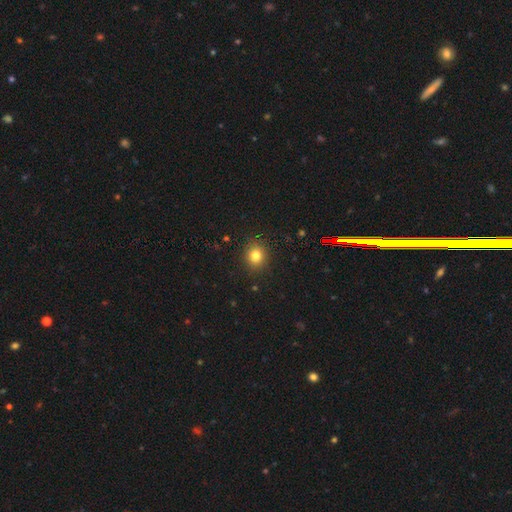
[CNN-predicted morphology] A smooth galaxy with no disk features (81%) that is round (83%).

Vote fractions:
- Smooth or featured? smooth: 81% / star or artifact: 13% / featured or disk: 6%
- How rounded? round: 83% / in between: 16% / cigar-shaped: 1%
- Merging? none: 90% / minor disturbance: 6% / major disturbance: 2% / merger: 1%